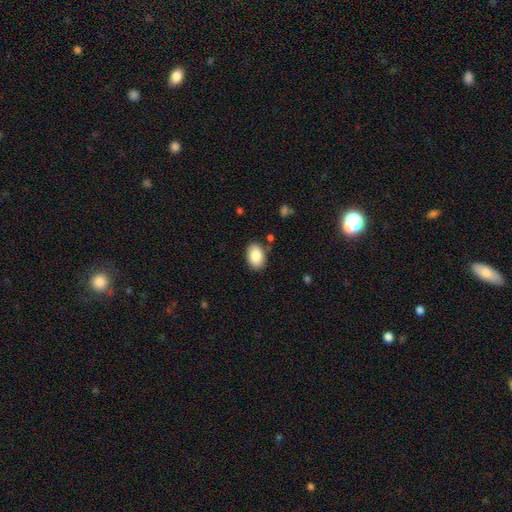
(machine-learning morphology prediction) smooth 85%, featured or disk 8%, star or artifact 7%. Down the decision tree: how rounded — in between (87%); merging — none (84%).